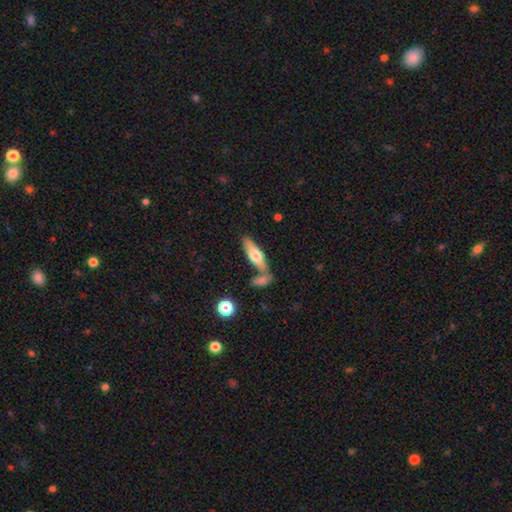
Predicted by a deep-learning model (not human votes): Q: Smooth or featured?
A: smooth (55%); runner-up: featured or disk (39%)
Q: How rounded?
A: cigar-shaped (53%); runner-up: in between (44%)
Q: Merging?
A: none (60%); runner-up: merger (23%)